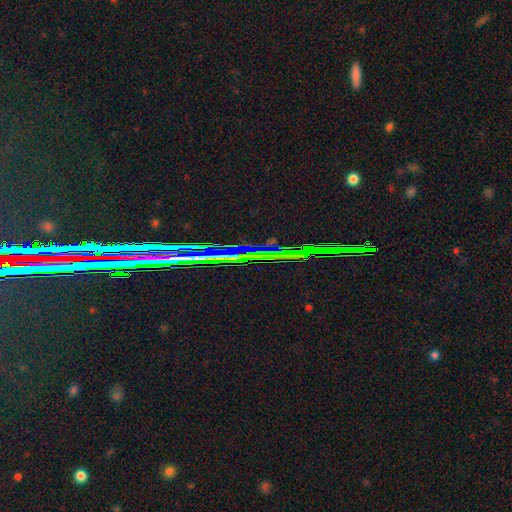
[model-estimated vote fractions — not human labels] Overall: star or artifact (82%).